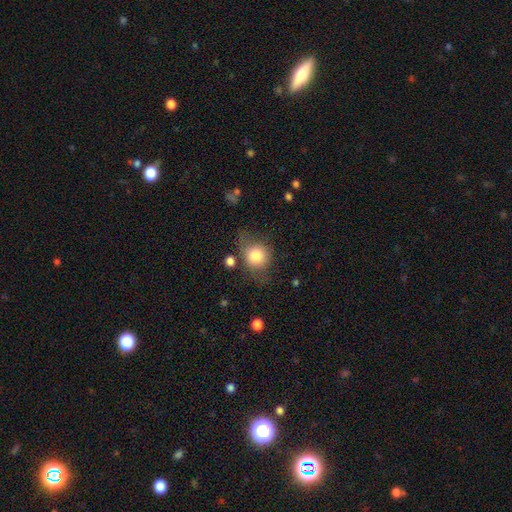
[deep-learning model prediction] smooth_or_featured: smooth (p=0.79) [alt: featured or disk p=0.12]
how_rounded: round (p=0.68) [alt: in between p=0.31]
merging: none (p=0.51) [alt: minor disturbance p=0.28]